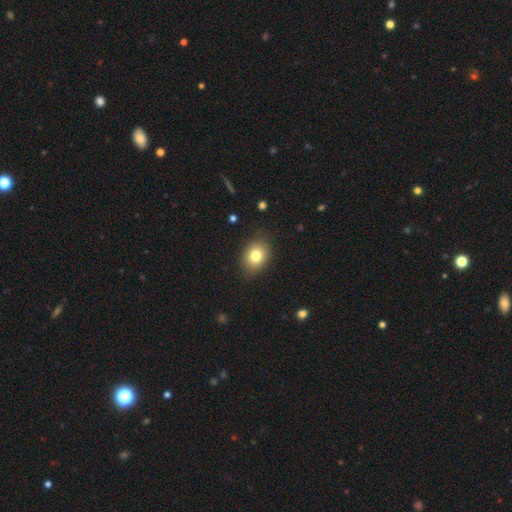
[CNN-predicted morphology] A smooth galaxy with no disk features (80%) that is in between round and cigar-shaped (54%). Merging: none (85%).